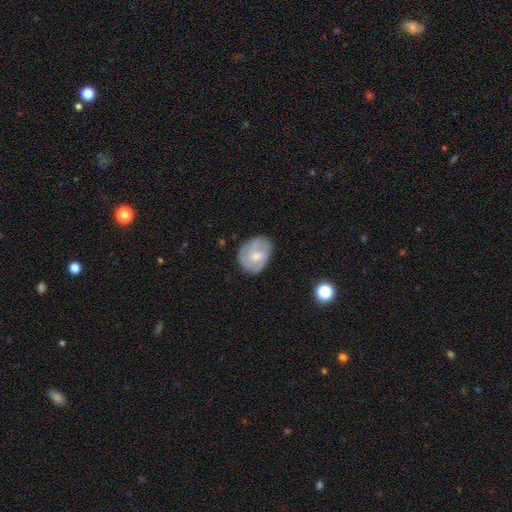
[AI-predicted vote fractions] Smooth or featured? Predicted: featured or disk (p=0.60). Edge-on disk? Predicted: no (p=0.97). Bar? Predicted: no (p=0.65). Spiral arms? Predicted: yes (p=0.82). Bulge size? Predicted: moderate (p=0.50). Merging? Predicted: none (p=0.71).